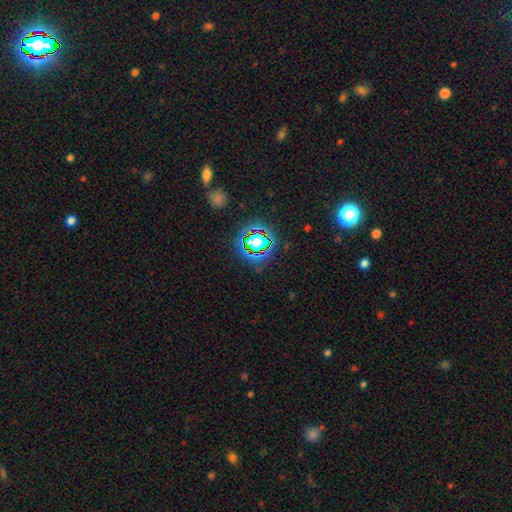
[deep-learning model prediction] Morphology: type=star or artifact (75%).